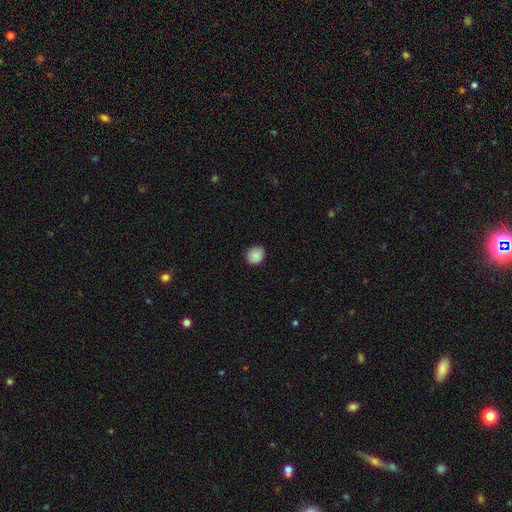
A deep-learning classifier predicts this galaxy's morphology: Q: Smooth or featured?
A: smooth (88%); runner-up: star or artifact (8%)
Q: How rounded?
A: round (77%); runner-up: in between (22%)
Q: Merging?
A: none (87%); runner-up: minor disturbance (10%)